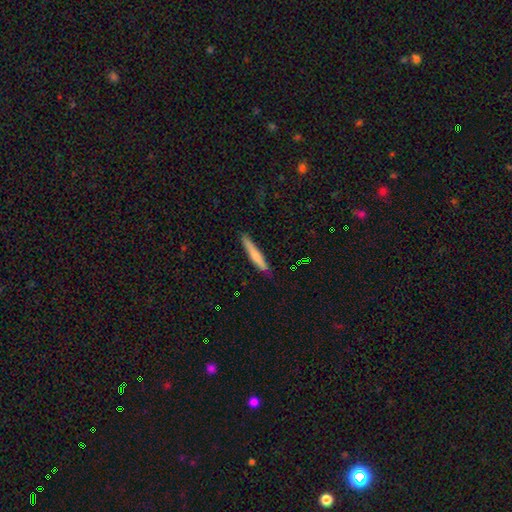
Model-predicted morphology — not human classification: type=smooth (70%); roundness=cigar-shaped (95%); merging=none (86%).